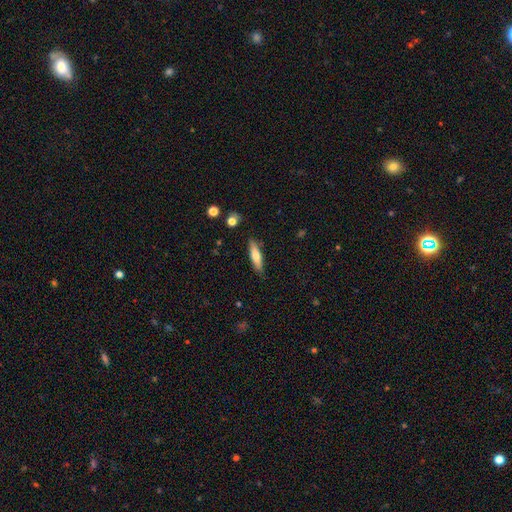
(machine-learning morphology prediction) Smooth or featured? Predicted: smooth (p=0.65). How rounded? Predicted: cigar-shaped (p=0.75). Merging? Predicted: none (p=0.86).